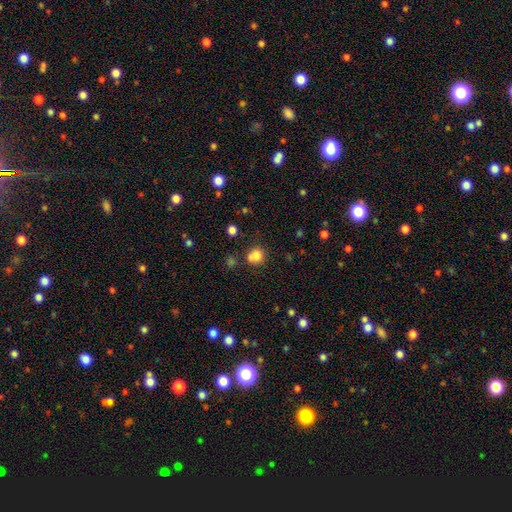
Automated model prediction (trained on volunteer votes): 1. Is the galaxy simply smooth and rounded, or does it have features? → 79% smooth, 13% star or artifact, 8% featured or disk.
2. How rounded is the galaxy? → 85% round, 14% in between, 1% cigar-shaped.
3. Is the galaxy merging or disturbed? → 57% none, 26% merger, 12% minor disturbance, 5% major disturbance.